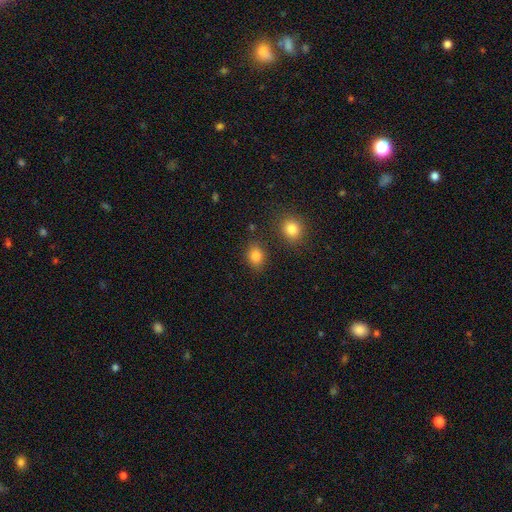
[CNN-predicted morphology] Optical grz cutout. It shows a smooth galaxy with no disk features (83%) that is in between round and cigar-shaped (54%). Merging: none (80%).